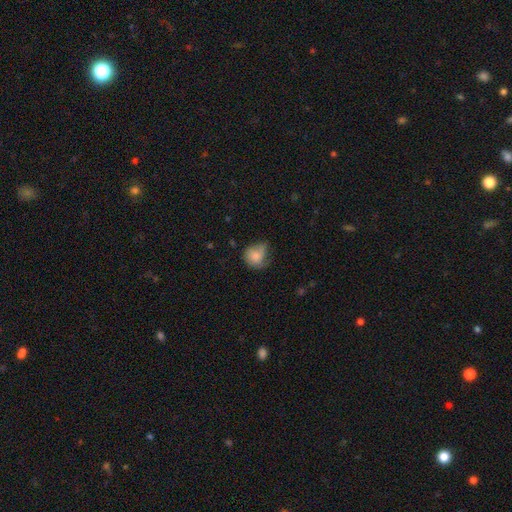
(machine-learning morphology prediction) smooth-or-featured: smooth: 74% | featured or disk: 18% | star or artifact: 9%
  how-rounded: round: 66% | in between: 33% | cigar-shaped: 1%
  merging: minor disturbance: 38% (tied) | none: 38% (tied) | major disturbance: 21% | merger: 3%